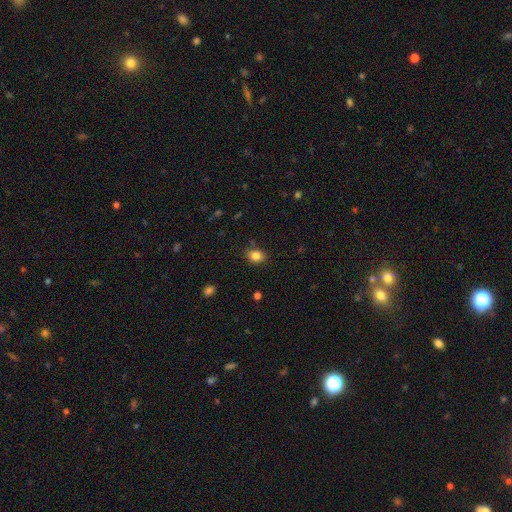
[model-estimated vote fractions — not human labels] Smooth or featured? Predicted: smooth (p=0.84). How rounded? Predicted: in between (p=0.51). Merging? Predicted: none (p=0.83).